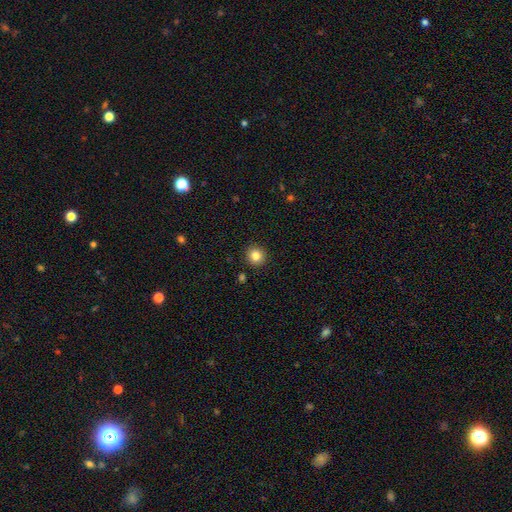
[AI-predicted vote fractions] Q: Smooth or featured?
A: smooth (84%); runner-up: star or artifact (11%)
Q: How rounded?
A: round (93%); runner-up: in between (6%)
Q: Merging?
A: none (92%); runner-up: minor disturbance (5%)